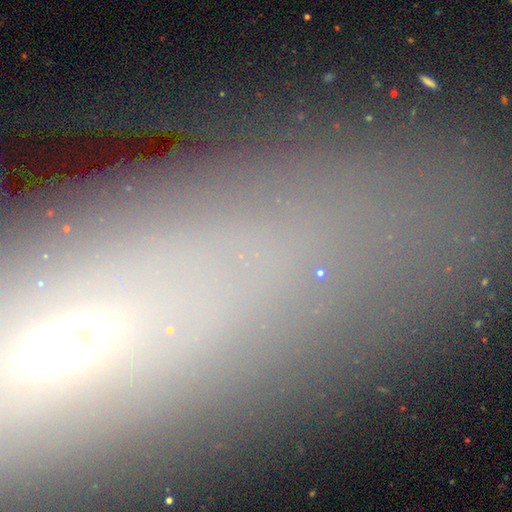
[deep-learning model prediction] A star or artifact, not a galaxy (51%).